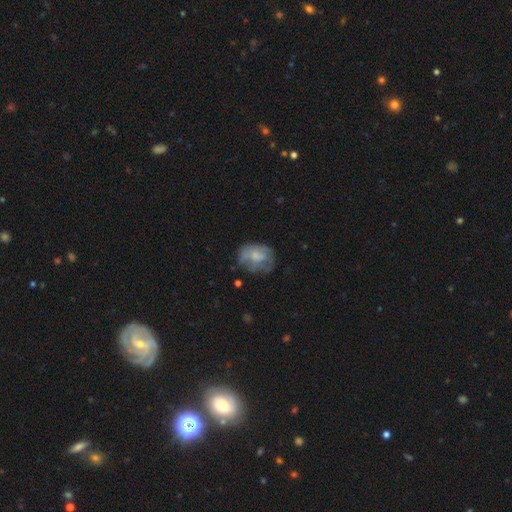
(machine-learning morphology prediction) Smooth or featured?
  - smooth: 57% *
  - featured or disk: 35%
  - star or artifact: 9%
How rounded?
  - in between: 50% *
  - round: 49%
  - cigar-shaped: 1%
Merging?
  - none: 50% *
  - minor disturbance: 28%
  - major disturbance: 19%
  - merger: 3%